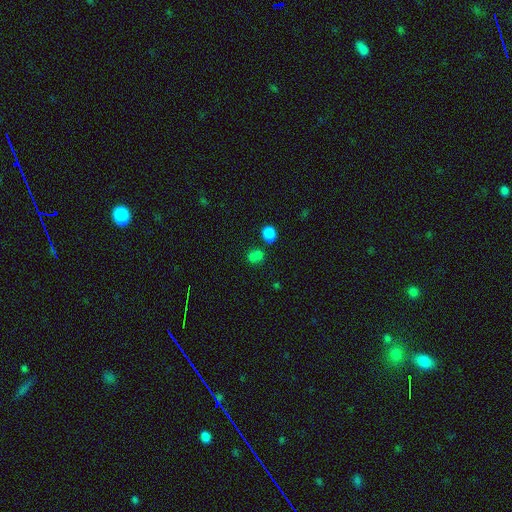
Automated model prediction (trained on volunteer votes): smooth-or-featured: smooth: 76% | star or artifact: 16% | featured or disk: 8%
  how-rounded: round: 54% | in between: 44% | cigar-shaped: 1%
  merging: none: 50% | merger: 32% | minor disturbance: 12% | major disturbance: 6%